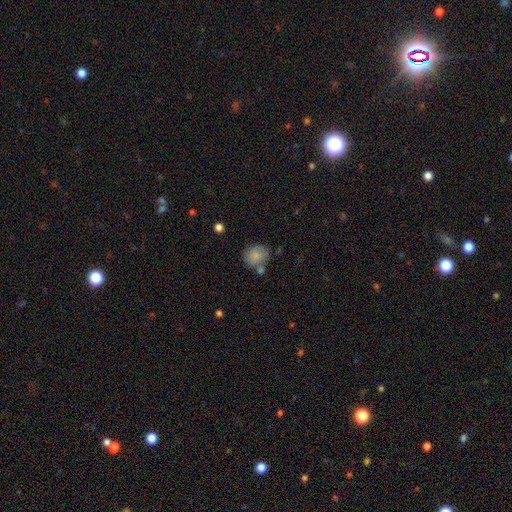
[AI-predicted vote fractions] A smooth galaxy with no disk features (82%) that is round (67%).

Vote fractions:
- Smooth or featured? smooth: 82% / featured or disk: 10% / star or artifact: 8%
- How rounded? round: 67% / in between: 32% / cigar-shaped: 1%
- Merging? none: 58% / minor disturbance: 20% / merger: 15% / major disturbance: 7%